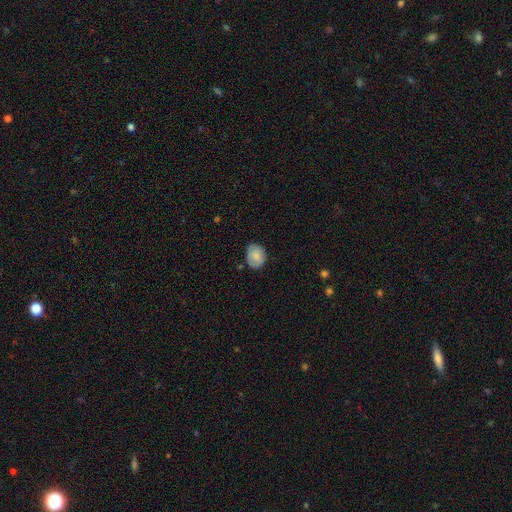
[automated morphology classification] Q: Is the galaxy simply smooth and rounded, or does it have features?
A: smooth — 79%.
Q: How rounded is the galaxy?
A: in between — 54%.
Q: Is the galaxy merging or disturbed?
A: none — 72%.